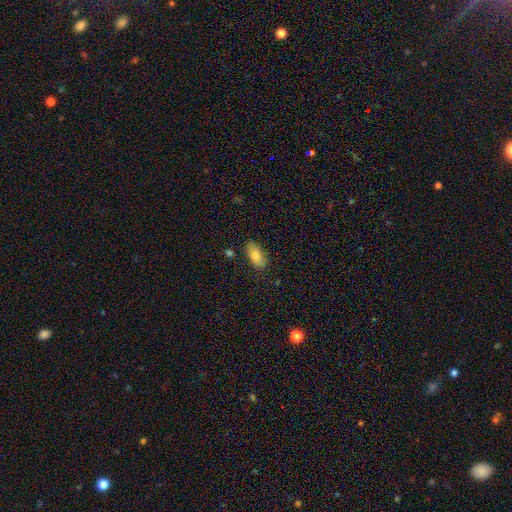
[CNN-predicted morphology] Smooth or featured?
  - smooth: 84% *
  - featured or disk: 9%
  - star or artifact: 7%
How rounded?
  - in between: 90% *
  - cigar-shaped: 7%
  - round: 3%
Merging?
  - none: 81% *
  - minor disturbance: 14%
  - major disturbance: 3%
  - merger: 2%